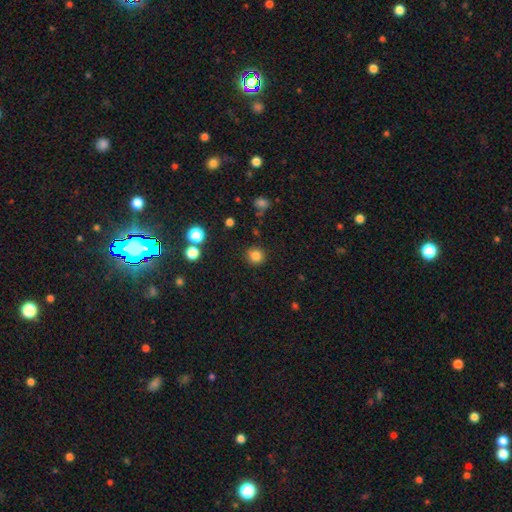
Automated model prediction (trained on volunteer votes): Smooth or featured: smooth — 82% (star or artifact — 13%)
How rounded: round — 92% (in between — 7%)
Merging: none — 87% (minor disturbance — 8%)